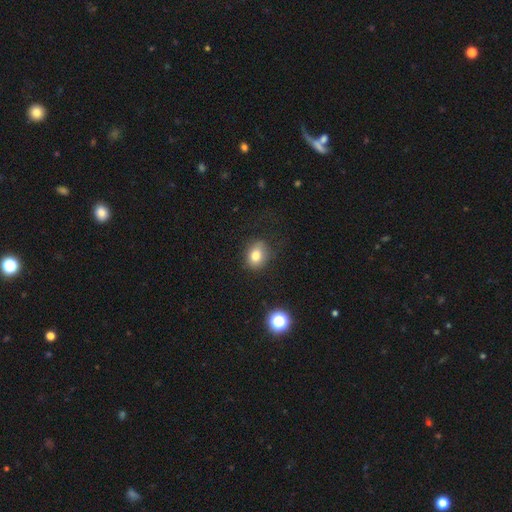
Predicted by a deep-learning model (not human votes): Smooth or featured? Predicted: smooth (p=0.79). How rounded? Predicted: round (p=0.52). Merging? Predicted: none (p=0.77).